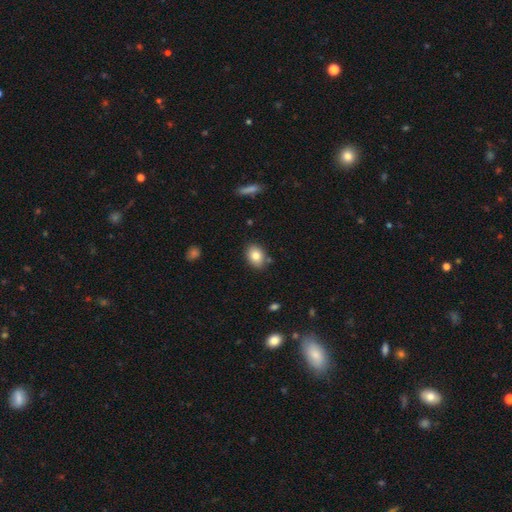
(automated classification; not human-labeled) smooth_or_featured: smooth (p=0.82) [alt: featured or disk p=0.10]
how_rounded: in between (p=0.72) [alt: round p=0.27]
merging: none (p=0.83) [alt: minor disturbance p=0.11]